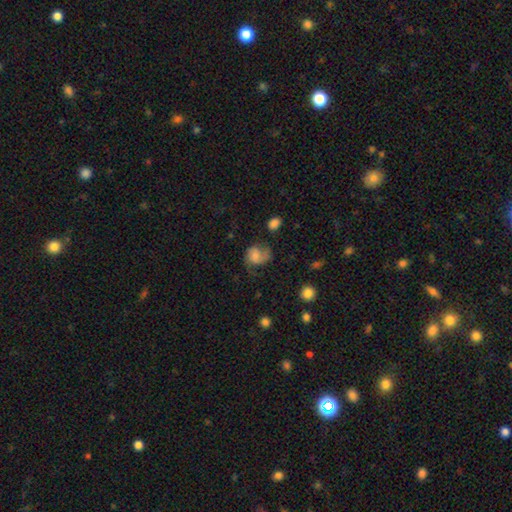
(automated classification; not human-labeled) The model was most divided on "how rounded": round: 54%, in between: 45%, cigar-shaped: 1%. Remaining: smooth or featured — smooth (50%); merging — none (41%).